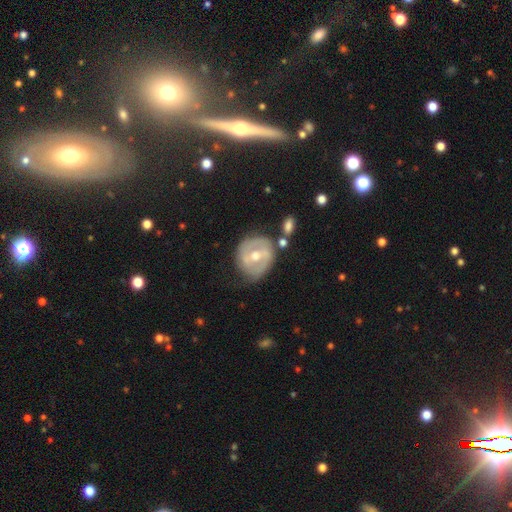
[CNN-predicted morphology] type=featured or disk (67%); edge-on=no (96%); bar=weak (45%); spiral arms=yes (55%); bulge=moderate (76%); merging=none (65%).